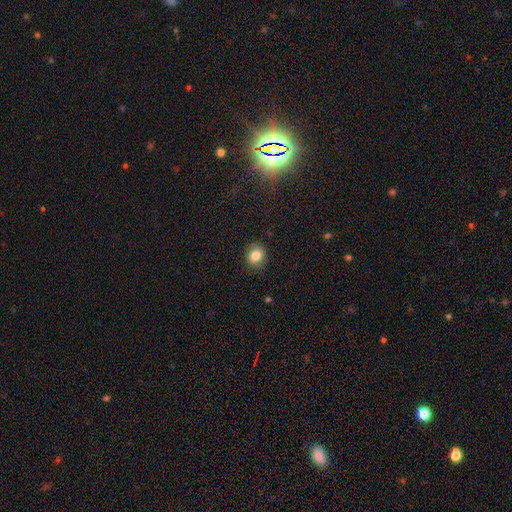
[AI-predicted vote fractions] Smooth or featured: smooth — 84% (star or artifact — 10%)
How rounded: round — 74% (in between — 25%)
Merging: none — 86% (minor disturbance — 10%)